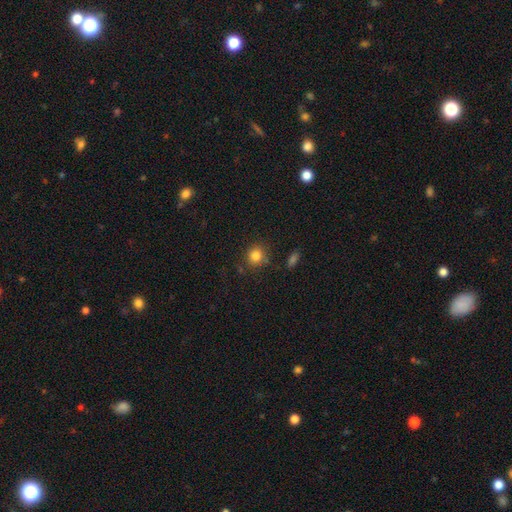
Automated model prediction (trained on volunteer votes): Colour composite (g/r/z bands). It shows a smooth galaxy with no disk features (83%) that is round (87%). Merging: none (79%).